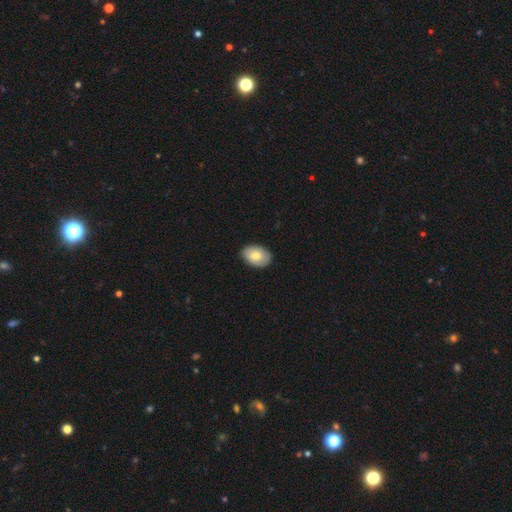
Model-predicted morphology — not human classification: A smooth galaxy with no disk features (75%) that is in between round and cigar-shaped (85%).

Vote fractions:
- Smooth or featured? smooth: 75% / featured or disk: 19% / star or artifact: 6%
- How rounded? in between: 85% / round: 14% / cigar-shaped: 1%
- Merging? none: 84% / minor disturbance: 13% / major disturbance: 2% / merger: 1%